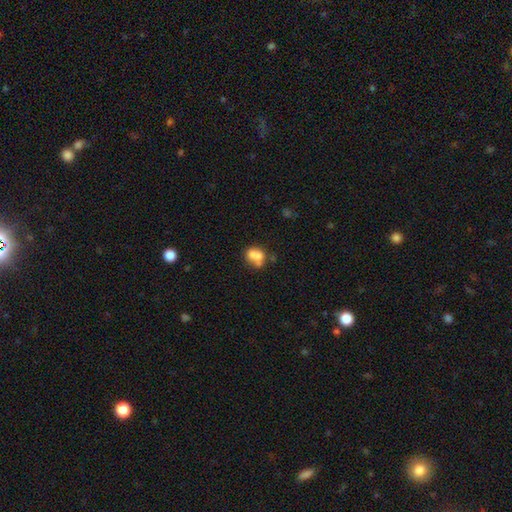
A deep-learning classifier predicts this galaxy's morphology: type=smooth (65%); roundness=round (51%); merging=merger (55%).